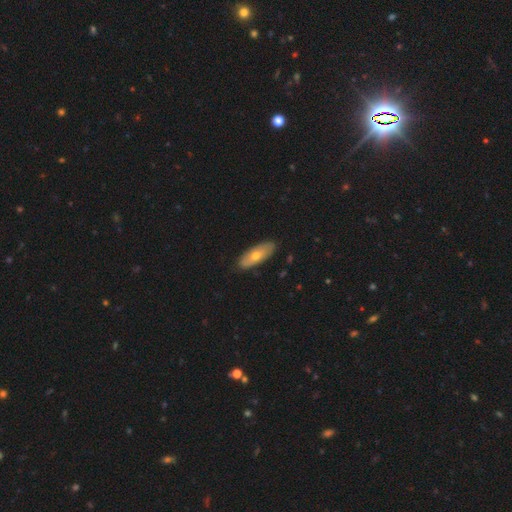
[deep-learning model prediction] This appears to be a smooth galaxy with no disk features (60%) that is in between round and cigar-shaped (68%). Merging: none (87%).